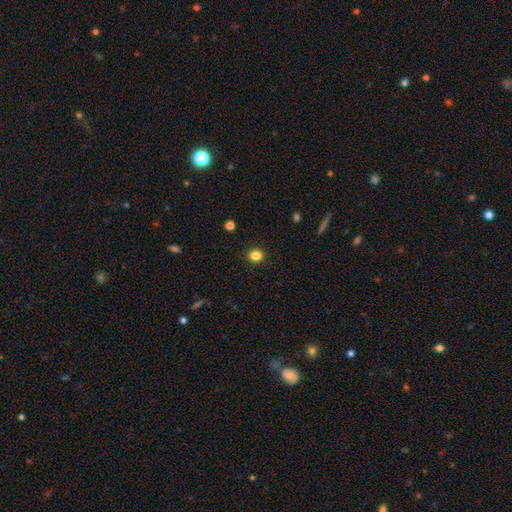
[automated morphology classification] Q: Smooth or featured?
A: smooth (85%); runner-up: star or artifact (11%)
Q: How rounded?
A: round (70%); runner-up: in between (29%)
Q: Merging?
A: none (91%); runner-up: minor disturbance (6%)